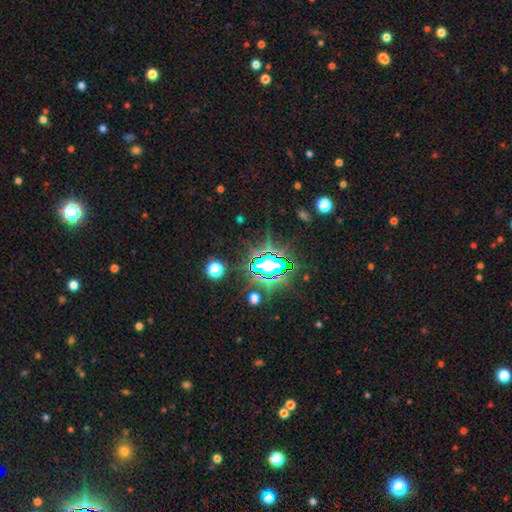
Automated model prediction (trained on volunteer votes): This is likely a star or artifact rather than a galaxy (76%).